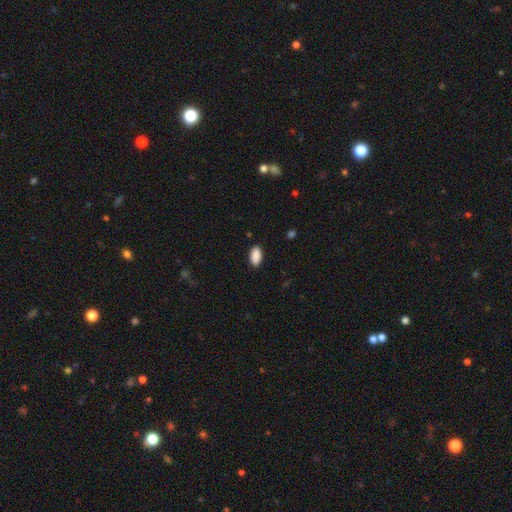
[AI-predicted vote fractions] Smooth or featured: smooth — 90% (star or artifact — 7%)
How rounded: in between — 93% (cigar-shaped — 4%)
Merging: none — 89% (minor disturbance — 8%)